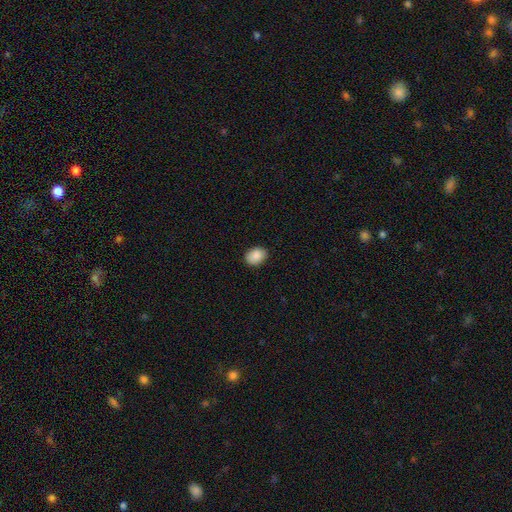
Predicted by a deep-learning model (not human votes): Smooth or featured? Predicted: smooth (p=0.89). How rounded? Predicted: in between (p=0.71). Merging? Predicted: none (p=0.87).